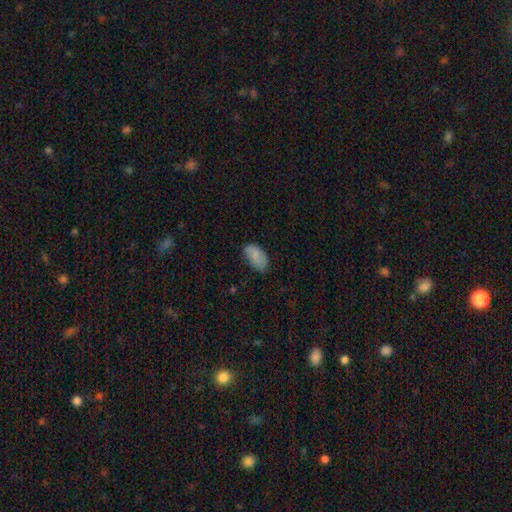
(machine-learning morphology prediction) Smooth or featured? Predicted: smooth (p=0.82). How rounded? Predicted: in between (p=0.94). Merging? Predicted: none (p=0.65).